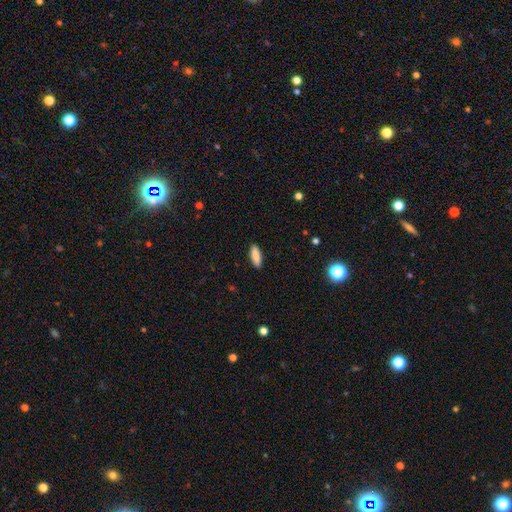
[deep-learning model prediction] Smooth or featured? smooth (86%)
How rounded? in between (61%)
Merging? none (90%)